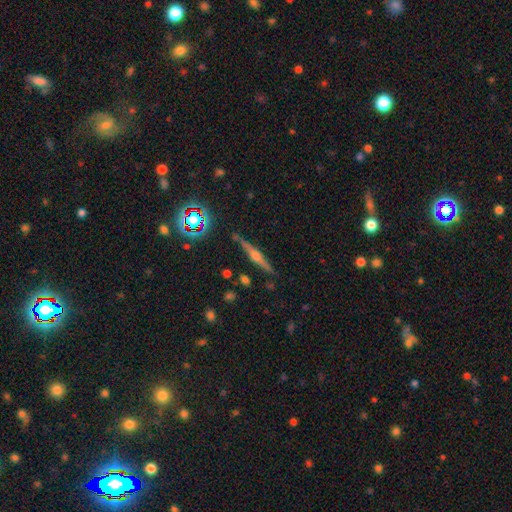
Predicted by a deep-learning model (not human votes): smooth_or_featured: featured or disk (p=0.75) [alt: smooth p=0.14]
disk_edge_on: yes (p=0.98) [alt: no p=0.02]
edge_on_bulge: rounded (p=0.89) [alt: boxy p=0.07]
merging: none (p=0.87) [alt: minor disturbance p=0.09]